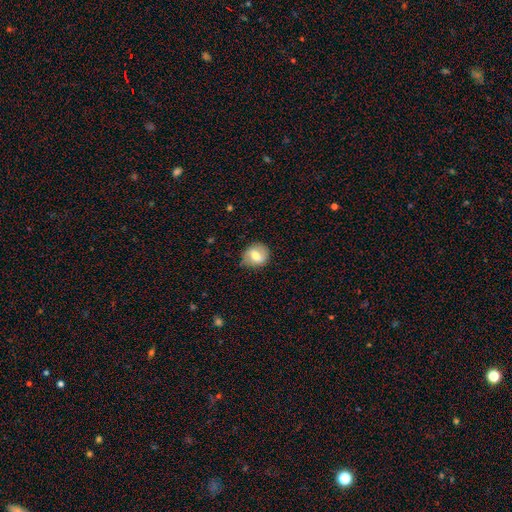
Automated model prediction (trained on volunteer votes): This appears to be a smooth galaxy with no disk features (62%) that is round (76%). Merging: none (79%).